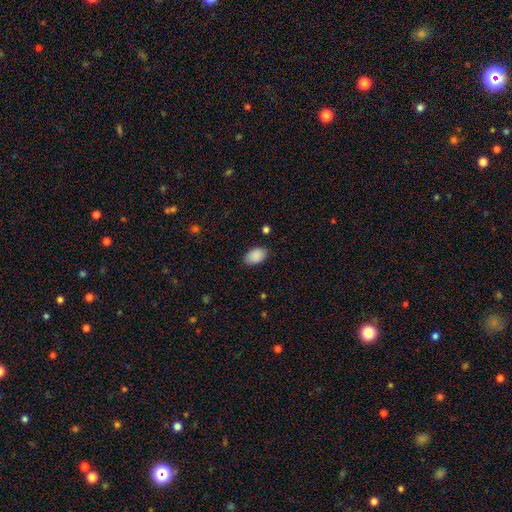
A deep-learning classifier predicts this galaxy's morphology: The model was most divided on "merging": none: 85%, minor disturbance: 11%, major disturbance: 2%, merger: 1%. More confident: smooth or featured — smooth (90%); how rounded — in between (90%).